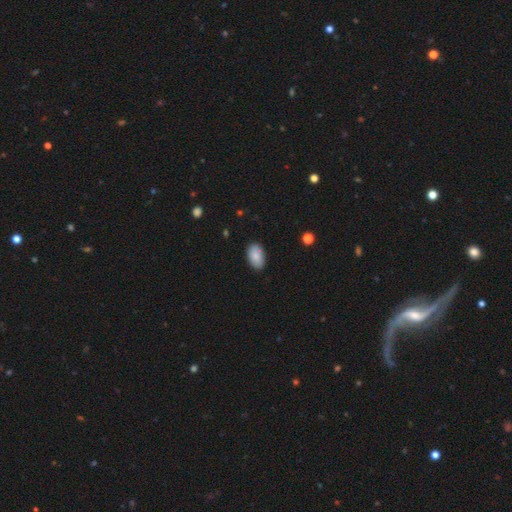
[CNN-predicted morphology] The model was most divided on "merging": none: 86%, minor disturbance: 11%, major disturbance: 2%, merger: 1%. More confident: how rounded — in between (93%); smooth or featured — smooth (87%).